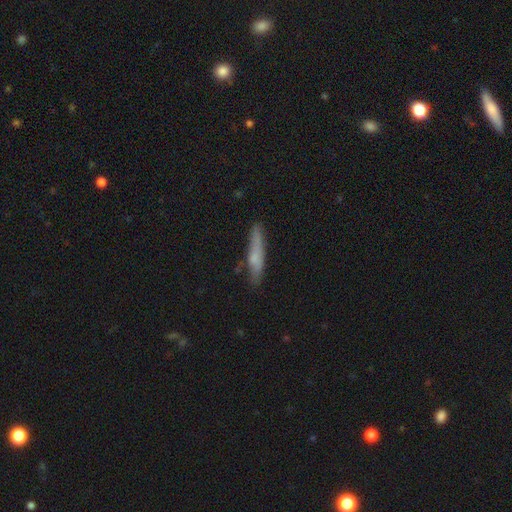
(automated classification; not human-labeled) Smooth or featured: smooth — 61% (featured or disk — 32%)
How rounded: cigar-shaped — 90% (in between — 8%)
Merging: none — 75% (minor disturbance — 18%)